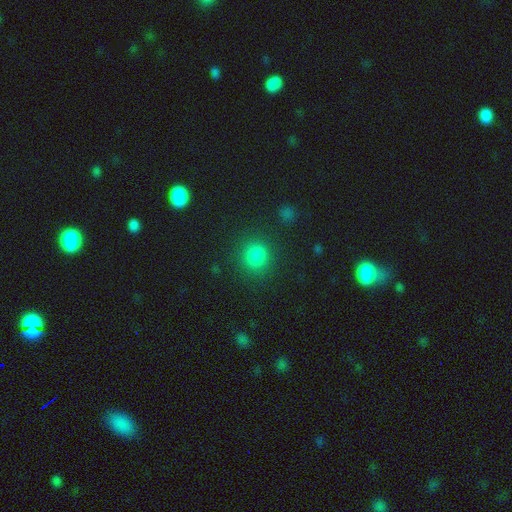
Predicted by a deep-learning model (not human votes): This appears to be a smooth galaxy with no disk features (82%) that is round (79%). Merging: none (85%).